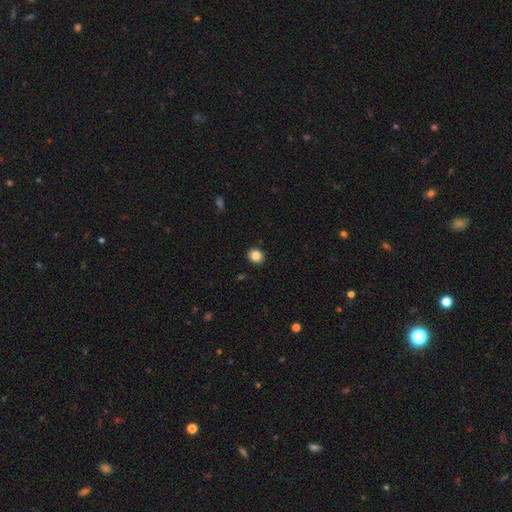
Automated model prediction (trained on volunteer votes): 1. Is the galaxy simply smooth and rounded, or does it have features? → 85% smooth, 10% star or artifact, 6% featured or disk.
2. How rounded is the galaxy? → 71% round, 28% in between, 1% cigar-shaped.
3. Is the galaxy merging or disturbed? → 91% none, 6% minor disturbance, 2% major disturbance, 1% merger.